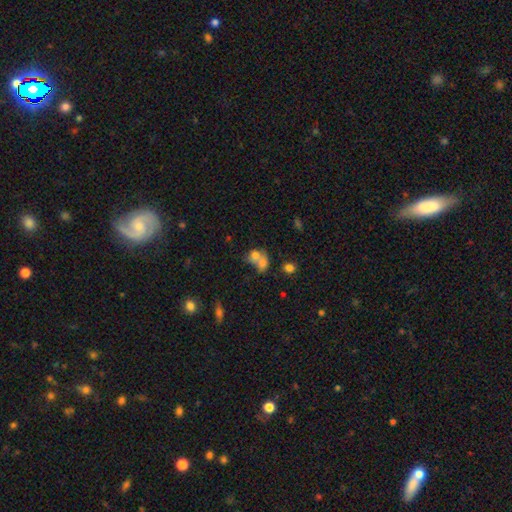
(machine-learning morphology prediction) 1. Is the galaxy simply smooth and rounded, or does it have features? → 71% smooth, 17% featured or disk, 13% star or artifact.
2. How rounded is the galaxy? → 56% round, 43% in between, 1% cigar-shaped.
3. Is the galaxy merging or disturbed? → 65% merger, 23% none, 7% minor disturbance, 5% major disturbance.